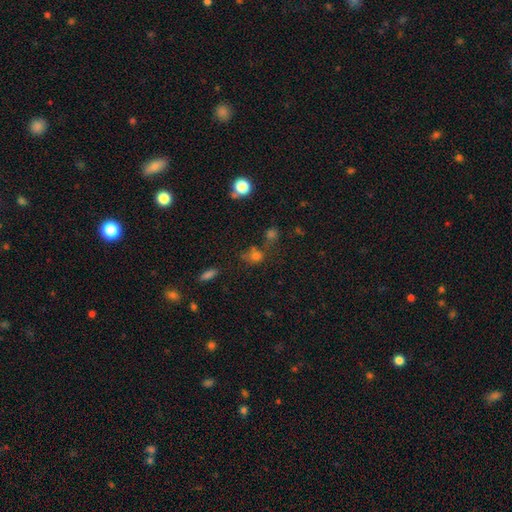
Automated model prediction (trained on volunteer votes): Smooth or featured?
  - smooth: 65% *
  - star or artifact: 24%
  - featured or disk: 11%
How rounded?
  - round: 66% *
  - in between: 32%
  - cigar-shaped: 2%
Merging?
  - none: 48% *
  - merger: 26%
  - minor disturbance: 16%
  - major disturbance: 11%